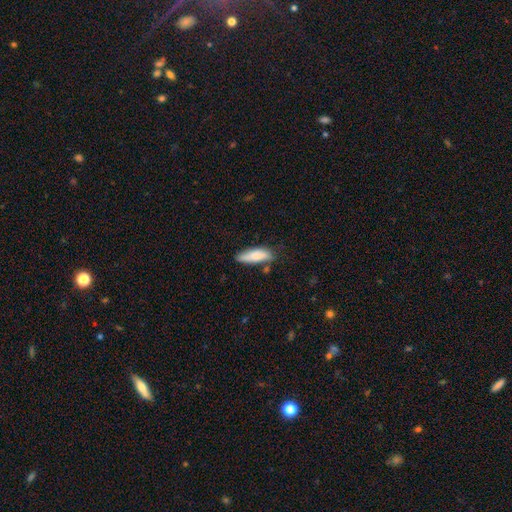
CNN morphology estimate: type=smooth (80%); roundness=in between (49%, tied with cigar-shaped); merging=none (65%).